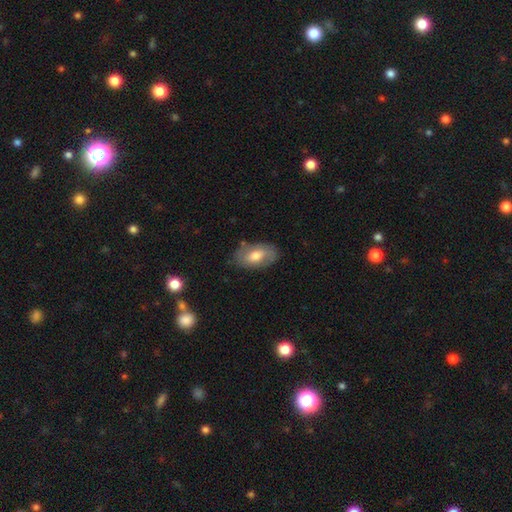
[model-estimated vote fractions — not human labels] smooth 61%, featured or disk 33%, star or artifact 6%. Down the decision tree: how rounded — in between (92%); merging — none (72%).